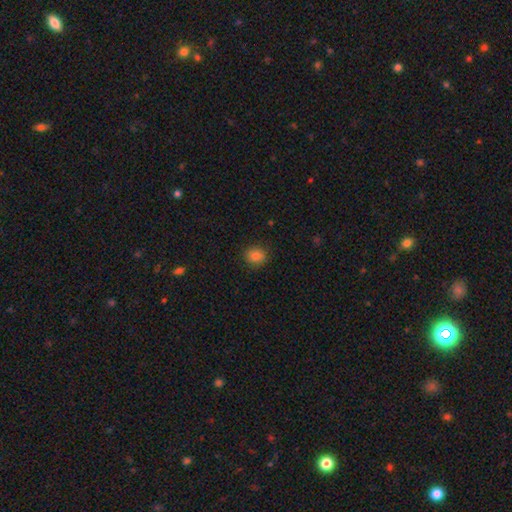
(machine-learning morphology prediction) Overall: smooth (84%). How rounded: round (77%). Merging: none (88%).